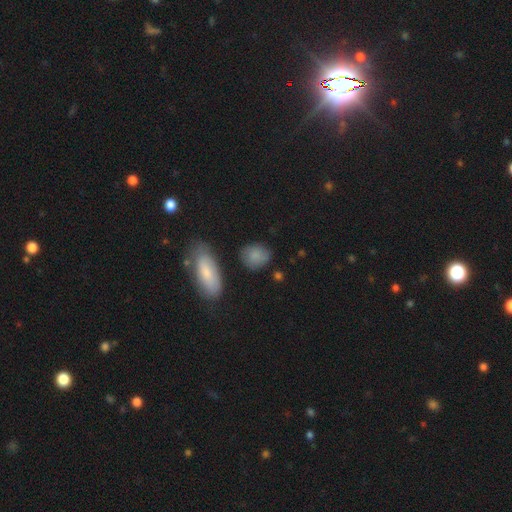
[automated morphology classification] Smooth or featured: smooth — 84% (featured or disk — 8%)
How rounded: round — 53% (in between — 45%)
Merging: none — 75% (minor disturbance — 16%)